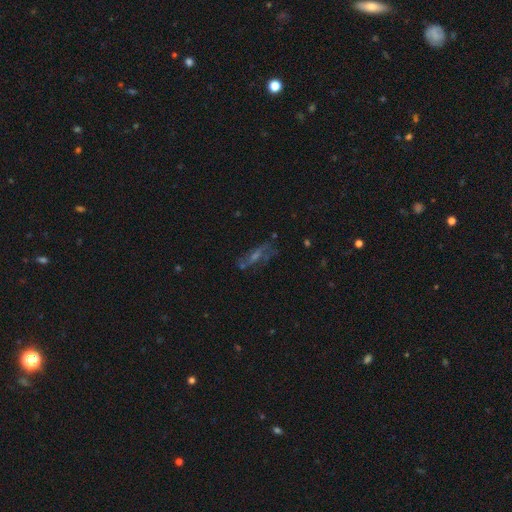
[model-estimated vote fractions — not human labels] Smooth or featured?
  - featured or disk: 51% *
  - smooth: 26%
  - star or artifact: 23%
Edge-on disk?
  - no: 73% *
  - yes: 27%
Merging?
  - none: 62% *
  - minor disturbance: 19%
  - major disturbance: 14%
  - merger: 5%